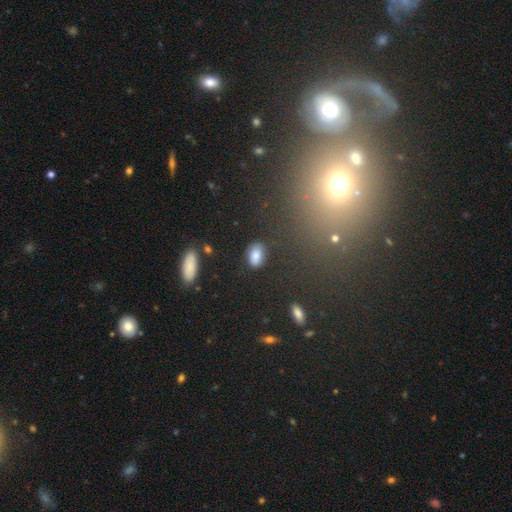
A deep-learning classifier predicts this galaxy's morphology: Smooth or featured?
  - smooth: 81% *
  - star or artifact: 10%
  - featured or disk: 9%
How rounded?
  - in between: 86% *
  - round: 12%
  - cigar-shaped: 2%
Merging?
  - none: 78% *
  - minor disturbance: 15%
  - major disturbance: 4%
  - merger: 3%